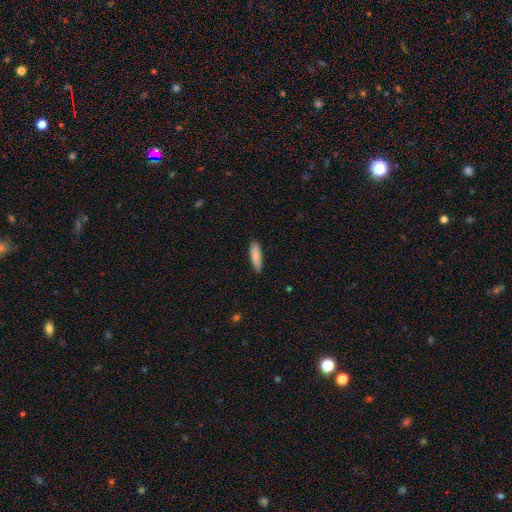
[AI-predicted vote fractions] Morphology: type=smooth (85%); roundness=cigar-shaped (54%); merging=none (87%).